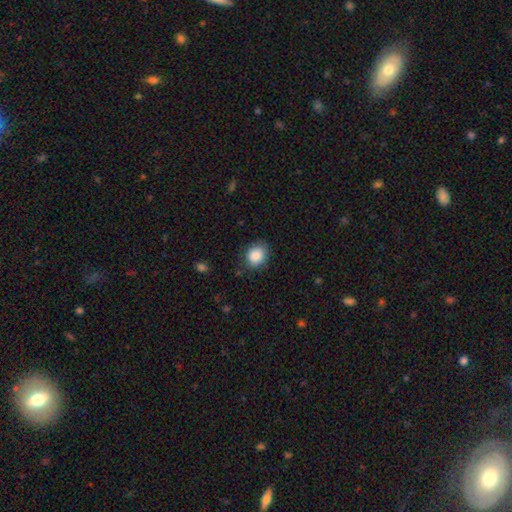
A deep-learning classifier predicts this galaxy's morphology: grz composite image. It shows a smooth galaxy with no disk features (88%) that is round (65%). Merging: none (81%).